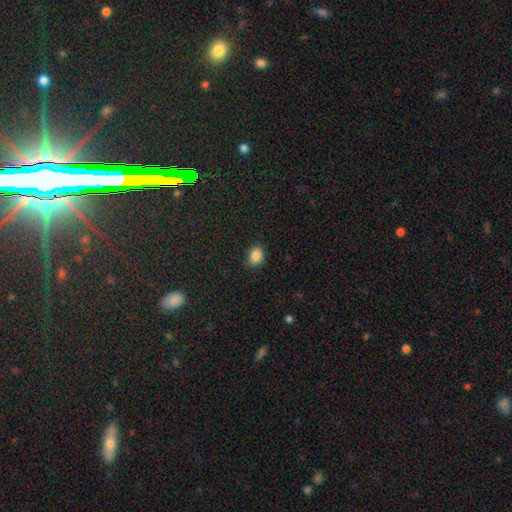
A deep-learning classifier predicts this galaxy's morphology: Smooth or featured? smooth (86%)
How rounded? in between (54%)
Merging? none (84%)